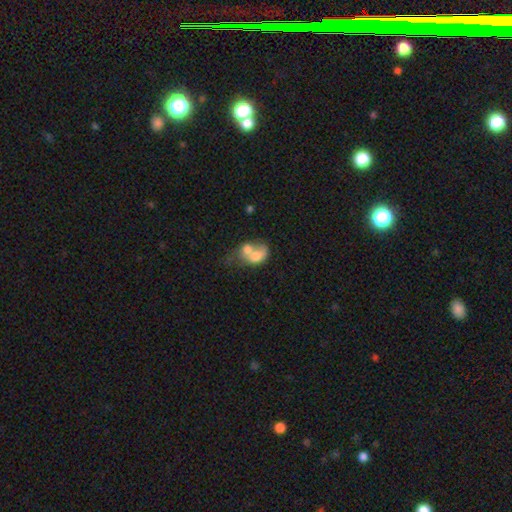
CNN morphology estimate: type=smooth (61%); roundness=in between (67%); merging=merger (70%).